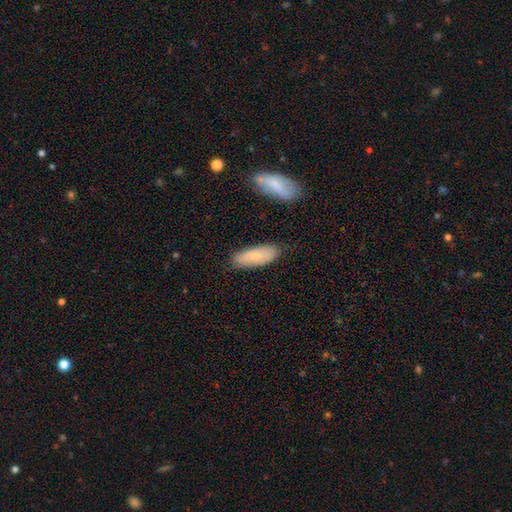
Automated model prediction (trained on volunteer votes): Q: Smooth or featured?
A: smooth (70%); runner-up: featured or disk (23%)
Q: How rounded?
A: in between (68%); runner-up: cigar-shaped (30%)
Q: Merging?
A: none (81%); runner-up: minor disturbance (13%)